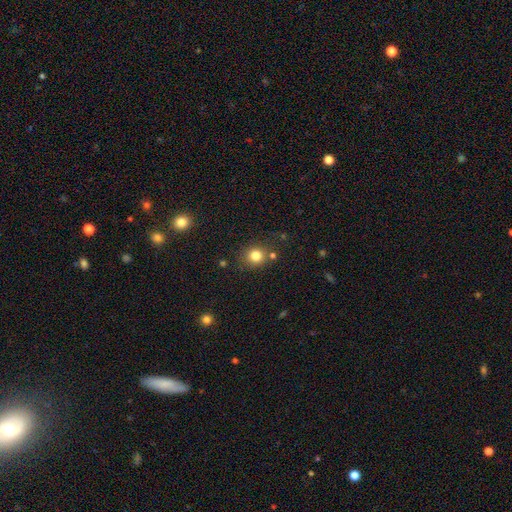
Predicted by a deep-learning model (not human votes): smooth 81%, star or artifact 13%, featured or disk 7%. Down the decision tree: how rounded — round (82%); merging — none (79%).